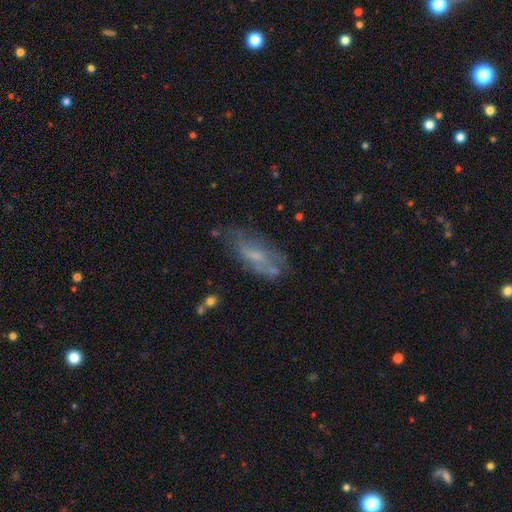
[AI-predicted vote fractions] Smooth or featured? featured or disk (52%)
Edge-on disk? no (86%)
Merging? none (54%)